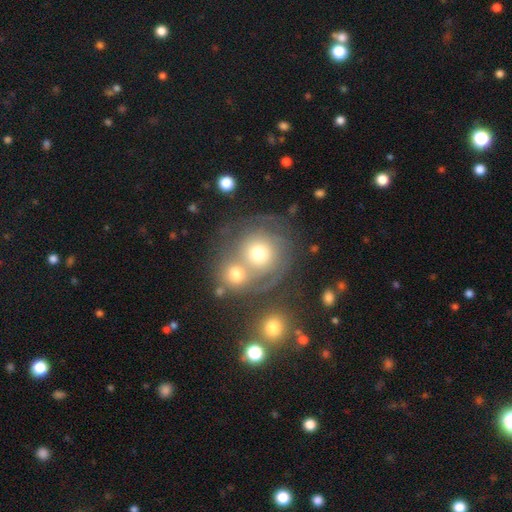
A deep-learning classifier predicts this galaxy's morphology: smooth-or-featured: smooth: 48% | featured or disk: 27% | star or artifact: 26%
  merging: none: 49% | merger: 35% | minor disturbance: 10% | major disturbance: 6%